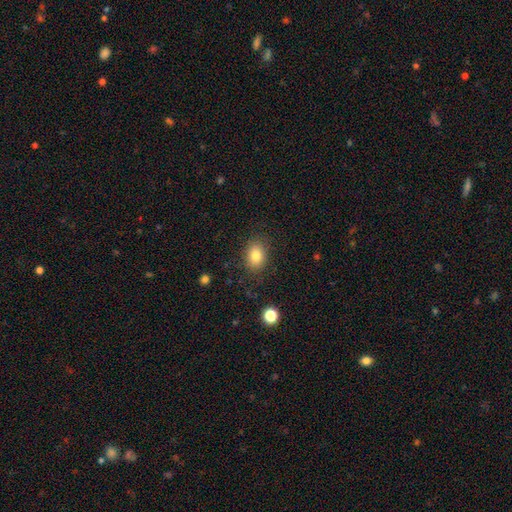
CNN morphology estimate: Smooth or featured: smooth — 82% (star or artifact — 10%)
How rounded: in between — 67% (round — 32%)
Merging: none — 85% (minor disturbance — 11%)